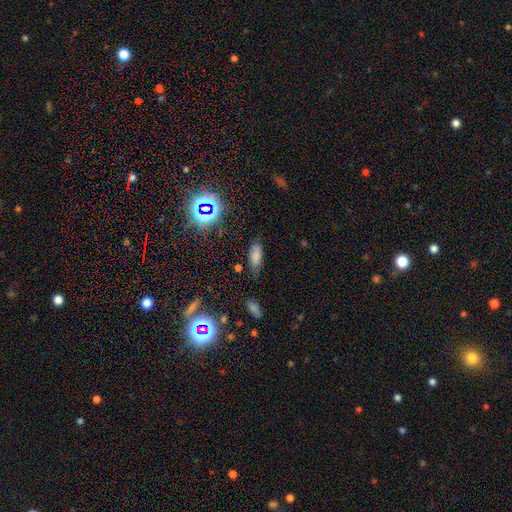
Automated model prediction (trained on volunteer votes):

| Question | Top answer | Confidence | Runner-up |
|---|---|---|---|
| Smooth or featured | smooth | 75% | star or artifact (17%) |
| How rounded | in between | 79% | cigar-shaped (18%) |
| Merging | none | 73% | minor disturbance (20%) |